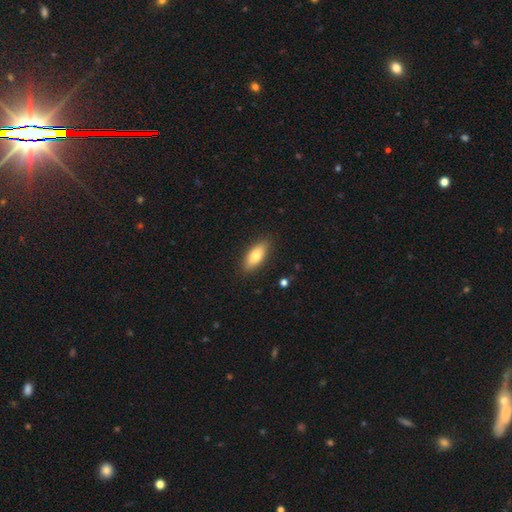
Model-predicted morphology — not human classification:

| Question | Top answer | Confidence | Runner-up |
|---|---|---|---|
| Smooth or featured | smooth | 76% | featured or disk (17%) |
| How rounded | in between | 82% | cigar-shaped (15%) |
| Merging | none | 88% | minor disturbance (9%) |